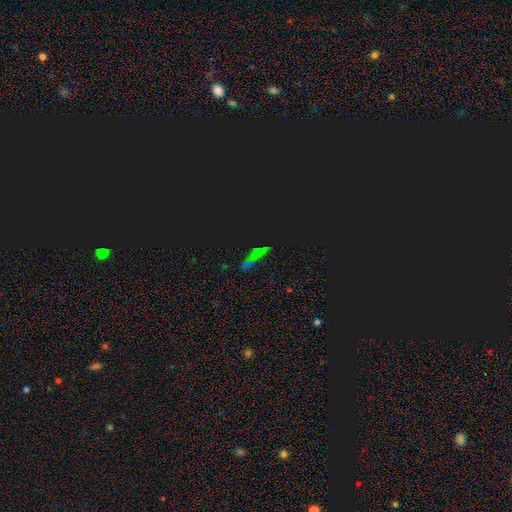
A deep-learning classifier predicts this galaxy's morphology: Smooth or featured? Predicted: star or artifact (p=0.66).